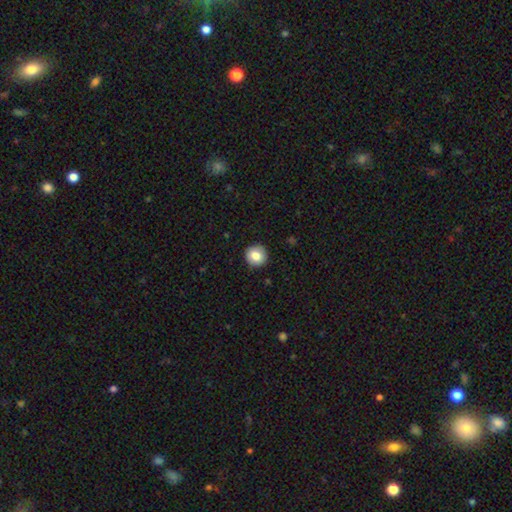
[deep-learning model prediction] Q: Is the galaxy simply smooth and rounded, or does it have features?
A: smooth — 82%.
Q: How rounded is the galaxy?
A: round — 94%.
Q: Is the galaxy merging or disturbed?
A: none — 91%.